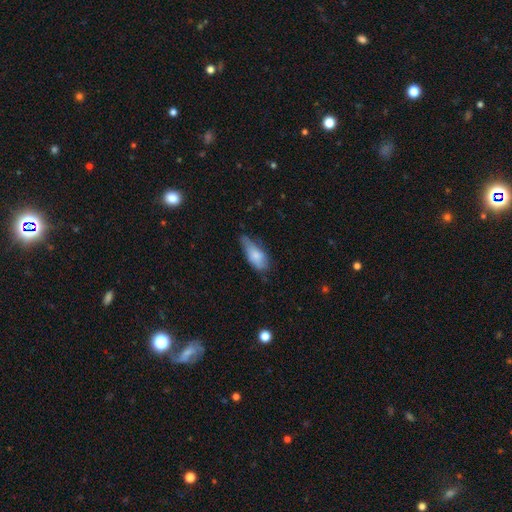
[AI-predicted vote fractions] Smooth or featured: smooth — 75% (featured or disk — 18%)
How rounded: in between — 80% (cigar-shaped — 17%)
Merging: minor disturbance — 43% (none — 41%)